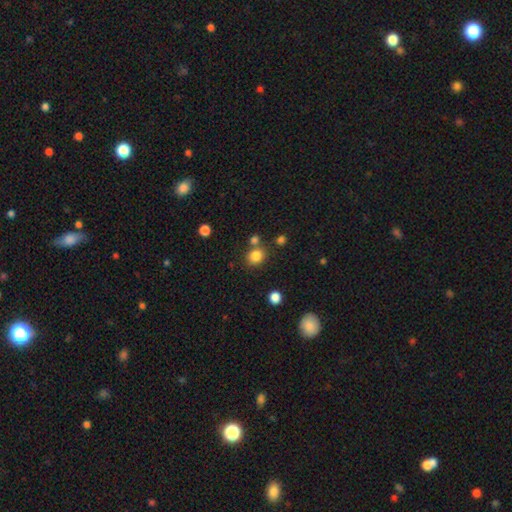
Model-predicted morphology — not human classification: The model was most divided on "how rounded": round: 72%, in between: 27%, cigar-shaped: 1%. More confident: smooth or featured — smooth (83%); merging — none (71%).